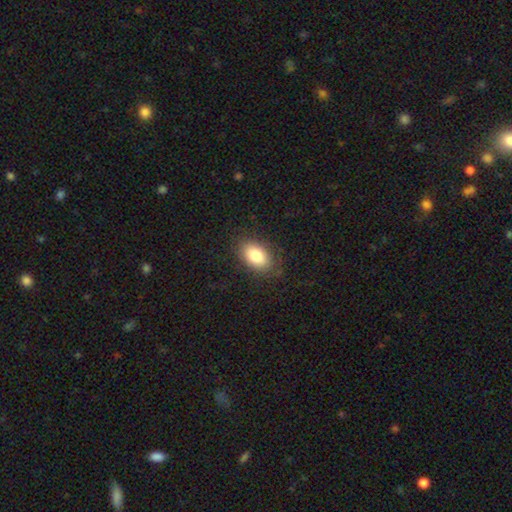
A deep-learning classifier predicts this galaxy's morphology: smooth 82%, featured or disk 10%, star or artifact 7%. Down the decision tree: how rounded — in between (90%); merging — none (81%).